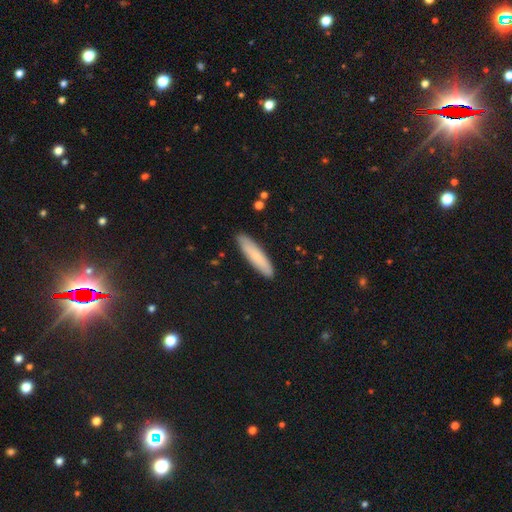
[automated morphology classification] smooth_or_featured: smooth (p=0.77) [alt: featured or disk p=0.15]
how_rounded: cigar-shaped (p=0.84) [alt: in between p=0.15]
merging: none (p=0.90) [alt: minor disturbance p=0.08]